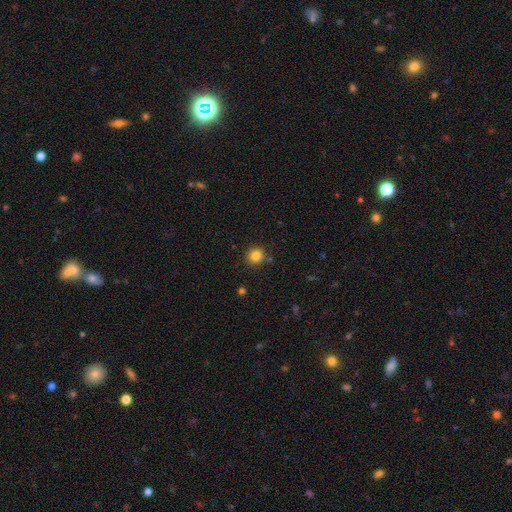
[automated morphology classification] A smooth galaxy with no disk features (82%) that is round (90%). Merging: none (86%).